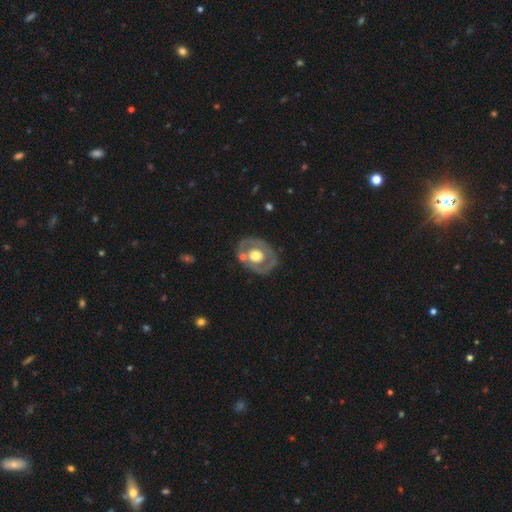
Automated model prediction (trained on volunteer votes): Smooth or featured?
  - featured or disk: 59% *
  - smooth: 36%
  - star or artifact: 5%
Edge-on disk?
  - no: 93% *
  - yes: 7%
Bar?
  - no: 87% *
  - weak: 10%
  - strong: 3%
Spiral arms?
  - no: 83% *
  - yes: 17%
Bulge size?
  - moderate: 54% *
  - large: 37%
  - small: 5%
  - dominant: 3%
  - none: 1%
Merging?
  - none: 72% *
  - minor disturbance: 15%
  - merger: 7%
  - major disturbance: 6%